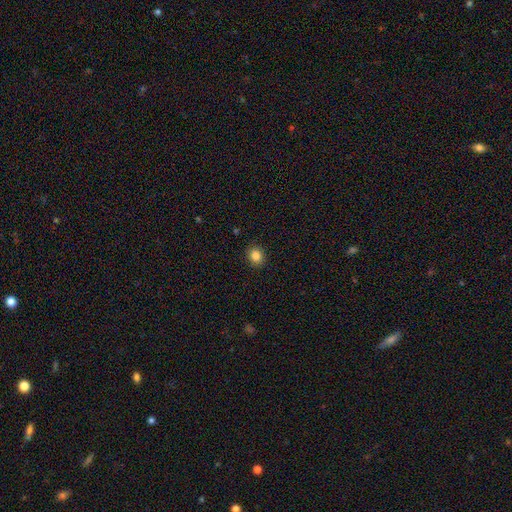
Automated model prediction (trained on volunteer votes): smooth_or_featured: smooth (p=0.84) [alt: star or artifact p=0.11]
how_rounded: round (p=0.72) [alt: in between p=0.27]
merging: none (p=0.90) [alt: minor disturbance p=0.07]